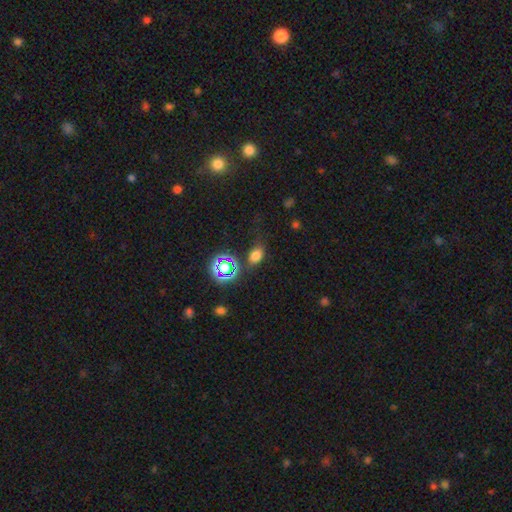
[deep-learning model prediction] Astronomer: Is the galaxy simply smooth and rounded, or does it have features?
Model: smooth — 68%.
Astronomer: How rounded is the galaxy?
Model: in between — 73%.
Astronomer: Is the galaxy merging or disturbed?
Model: none — 71%.